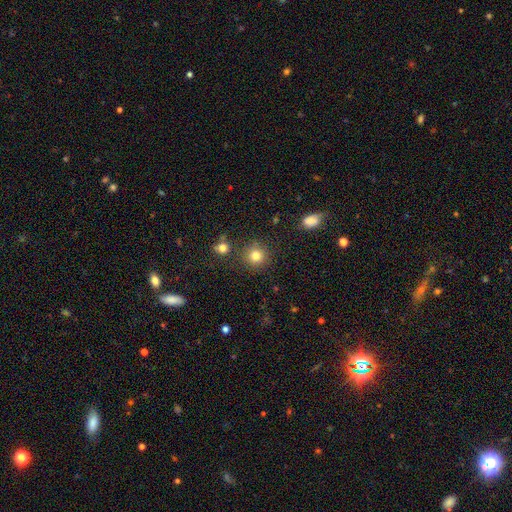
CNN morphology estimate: Smooth or featured? Predicted: smooth (p=0.81). How rounded? Predicted: round (p=0.93). Merging? Predicted: none (p=0.85).